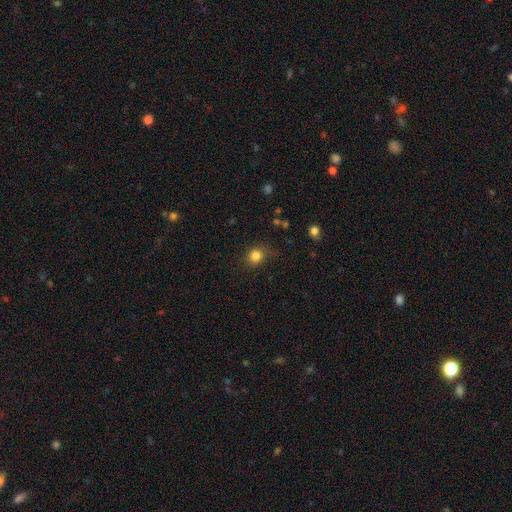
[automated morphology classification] Smooth or featured: smooth — 82% (star or artifact — 12%)
How rounded: round — 78% (in between — 22%)
Merging: none — 77% (minor disturbance — 16%)